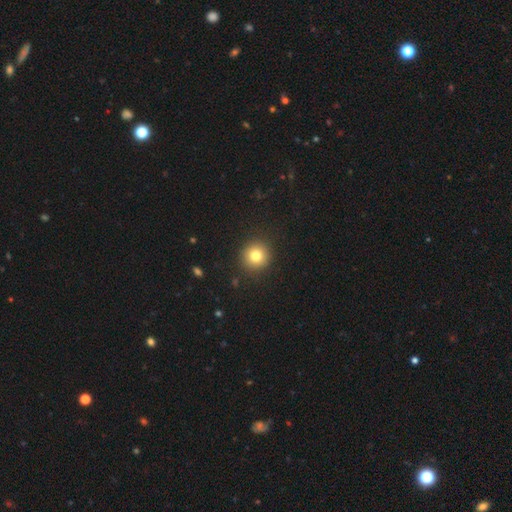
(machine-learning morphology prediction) Smooth or featured? smooth (79%)
How rounded? round (93%)
Merging? none (91%)